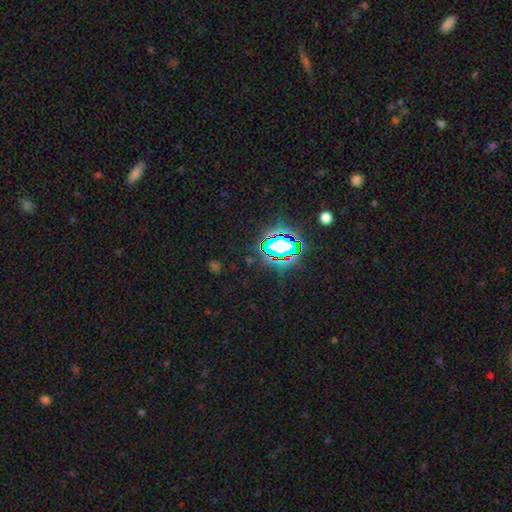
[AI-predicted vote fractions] A star or artifact, not a galaxy (80%).